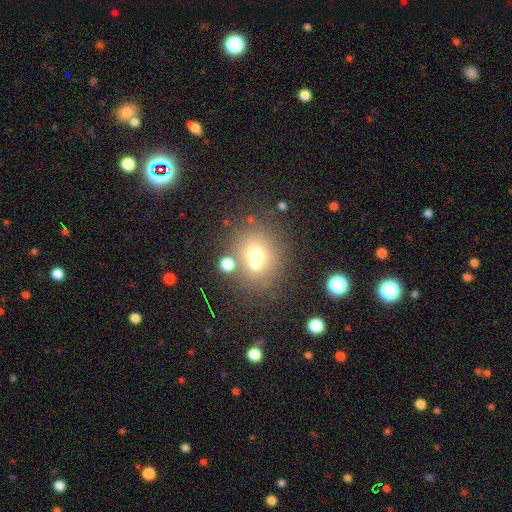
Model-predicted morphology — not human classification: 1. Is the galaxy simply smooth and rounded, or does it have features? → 63% smooth, 19% star or artifact, 18% featured or disk.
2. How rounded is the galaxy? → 81% round, 18% in between, 1% cigar-shaped.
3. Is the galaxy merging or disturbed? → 56% none, 29% merger, 10% minor disturbance, 5% major disturbance.